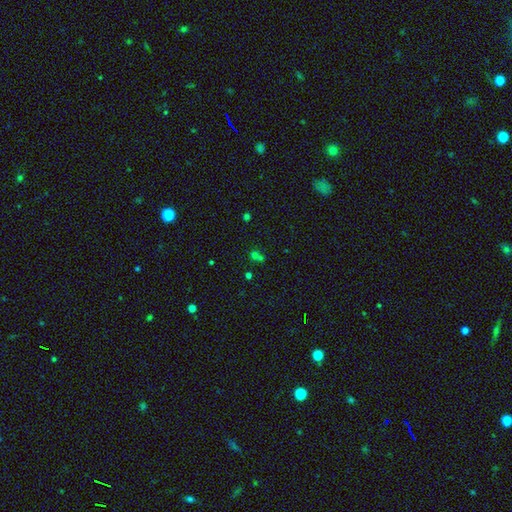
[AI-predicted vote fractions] A smooth galaxy with no disk features (50%).

Vote fractions:
- Smooth or featured? smooth: 50% / star or artifact: 39% / featured or disk: 11%
- Merging? none: 45% / merger: 38% / minor disturbance: 10% / major disturbance: 7%